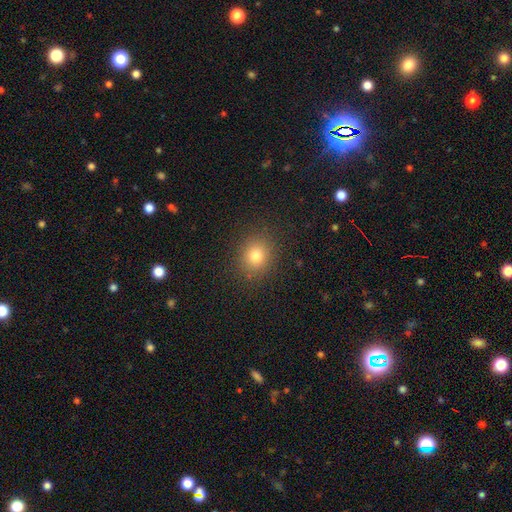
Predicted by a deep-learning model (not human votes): Morphology: type=smooth (78%); roundness=round (73%); merging=none (88%).